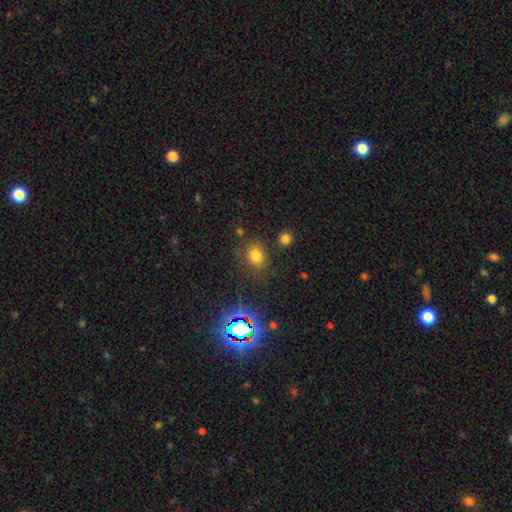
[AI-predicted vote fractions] This appears to be a smooth galaxy with no disk features (71%) that is round (58%). Merging: none (77%).